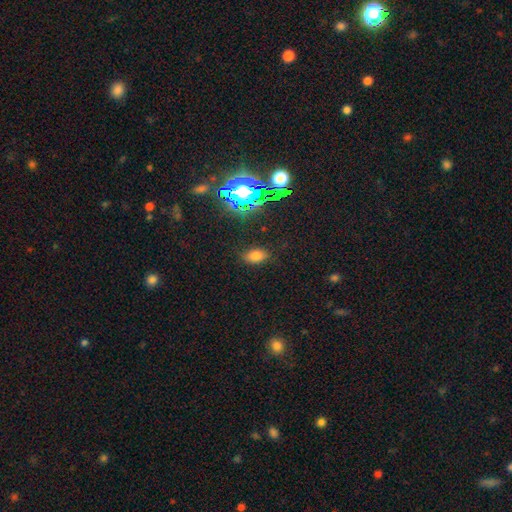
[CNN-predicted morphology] Overall: smooth (71%). How rounded: in between (89%). Merging: none (84%).